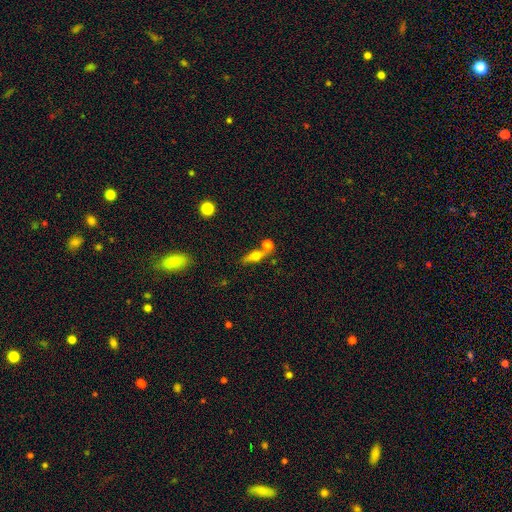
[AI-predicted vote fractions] smooth_or_featured: smooth (p=0.54) [alt: featured or disk p=0.36]
how_rounded: in between (p=0.44) [alt: cigar-shaped p=0.38]
merging: none (p=0.52) [alt: merger p=0.30]